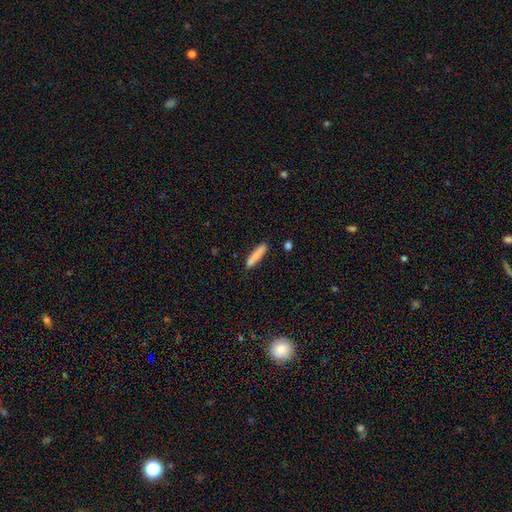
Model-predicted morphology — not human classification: This appears to be a smooth galaxy with no disk features (83%) that is cigar-shaped (83%). Merging: none (81%).